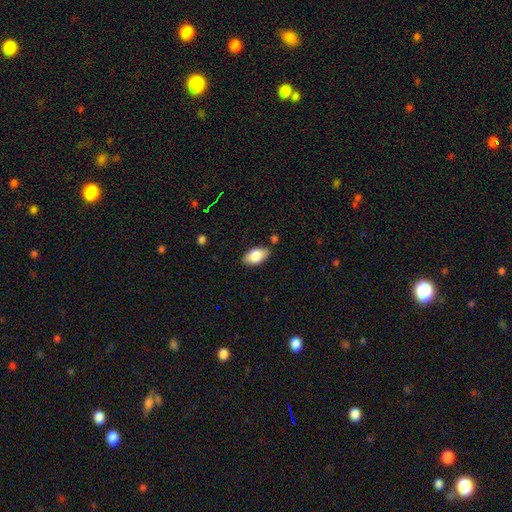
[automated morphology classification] Smooth or featured: smooth — 81% (featured or disk — 13%)
How rounded: in between — 93% (round — 4%)
Merging: none — 82% (minor disturbance — 12%)